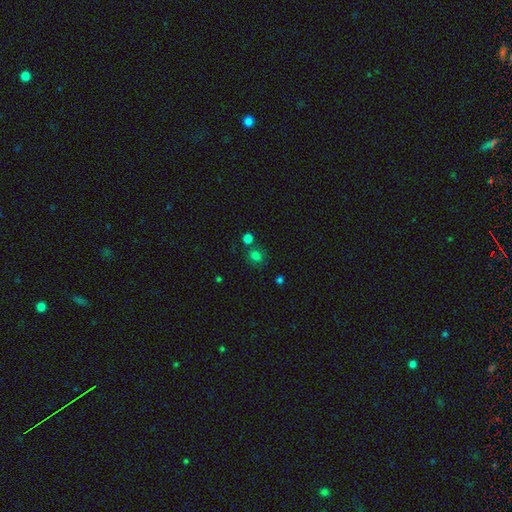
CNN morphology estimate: Smooth or featured? Predicted: smooth (p=0.76). How rounded? Predicted: round (p=0.81). Merging? Predicted: none (p=0.69).